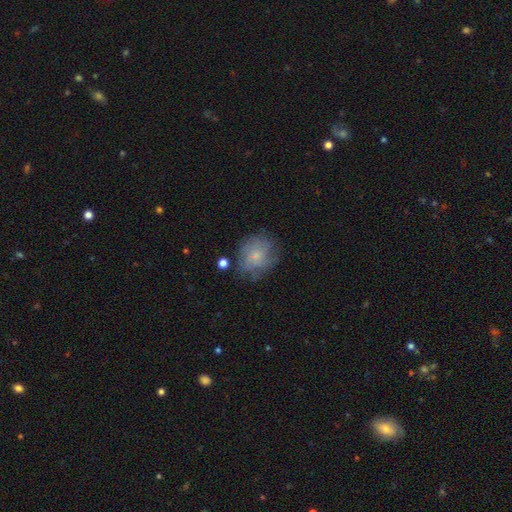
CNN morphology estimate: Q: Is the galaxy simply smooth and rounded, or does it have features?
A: smooth — 52%.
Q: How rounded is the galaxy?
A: round — 67%.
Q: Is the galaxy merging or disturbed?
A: none — 65%.